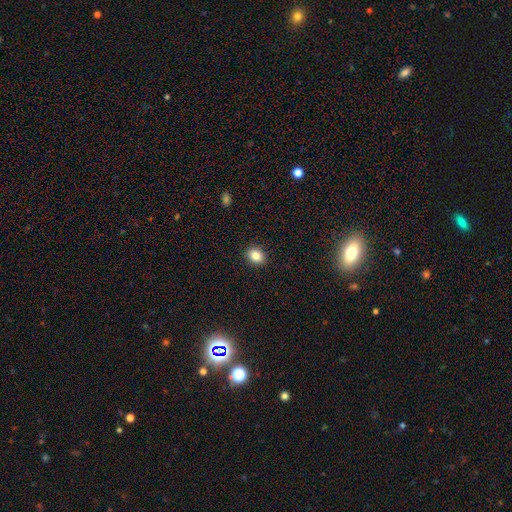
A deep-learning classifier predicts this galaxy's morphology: Q: Smooth or featured?
A: smooth (85%); runner-up: star or artifact (10%)
Q: How rounded?
A: in between (51%); runner-up: round (48%)
Q: Merging?
A: none (91%); runner-up: minor disturbance (6%)